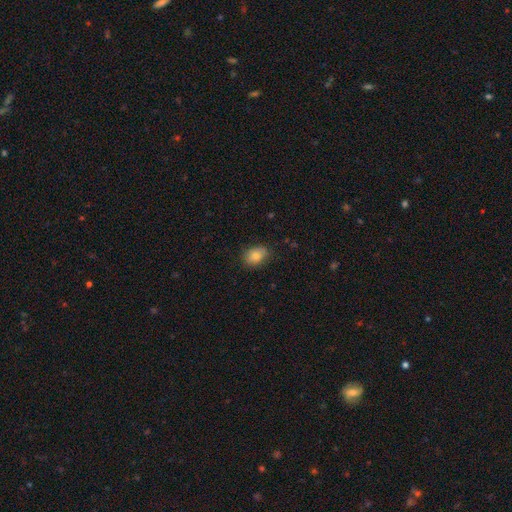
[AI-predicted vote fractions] smooth_or_featured: smooth (p=0.84) [alt: star or artifact p=0.08]
how_rounded: in between (p=0.74) [alt: round p=0.25]
merging: none (p=0.80) [alt: minor disturbance p=0.16]